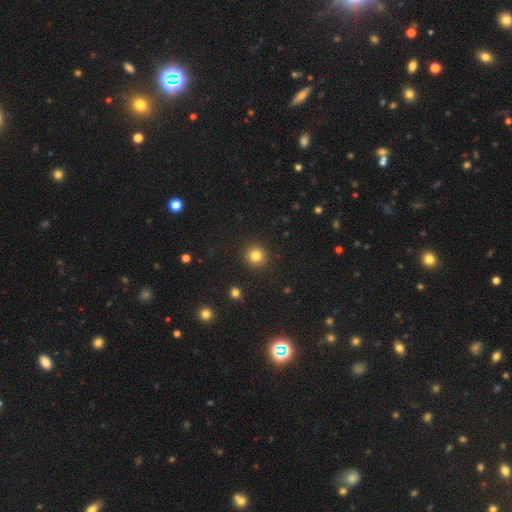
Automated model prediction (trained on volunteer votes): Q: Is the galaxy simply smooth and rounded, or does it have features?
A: smooth — 83%.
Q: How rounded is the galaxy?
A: round — 95%.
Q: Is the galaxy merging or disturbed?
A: none — 92%.